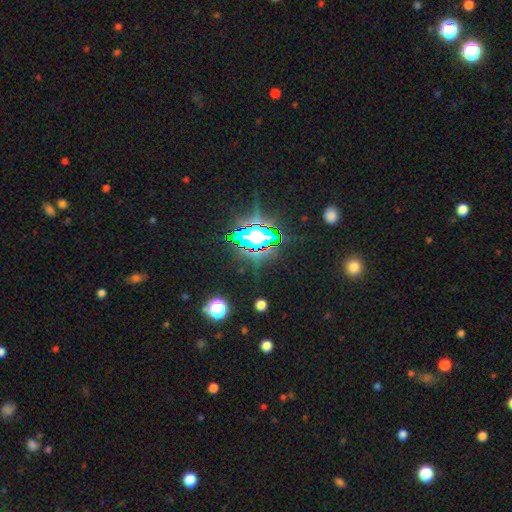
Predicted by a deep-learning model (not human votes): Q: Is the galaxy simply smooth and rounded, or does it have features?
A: star or artifact — 76%.